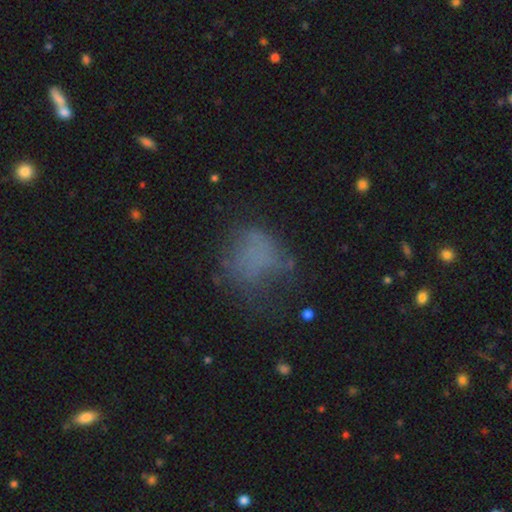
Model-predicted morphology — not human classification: This is possibly a smooth galaxy (55%). How rounded: possibly round (51%). Merging: marginally none (43%).